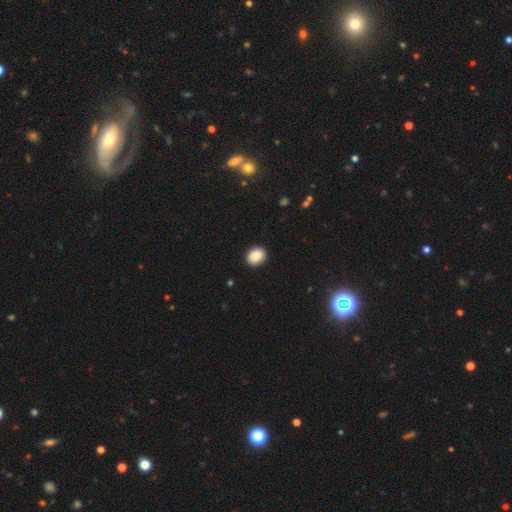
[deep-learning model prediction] This appears to be a smooth galaxy with no disk features (89%) that is round (56%). Merging: none (90%).